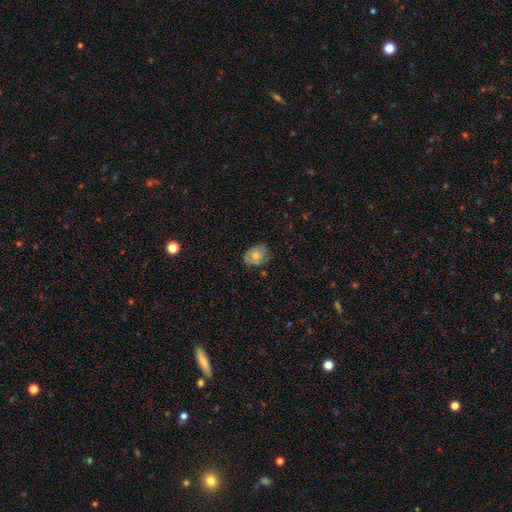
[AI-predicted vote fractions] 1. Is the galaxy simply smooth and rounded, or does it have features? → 58% smooth, 34% featured or disk, 8% star or artifact.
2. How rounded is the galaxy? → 56% in between, 43% round, 1% cigar-shaped.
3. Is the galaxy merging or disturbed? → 66% none, 26% minor disturbance, 7% major disturbance, 2% merger.